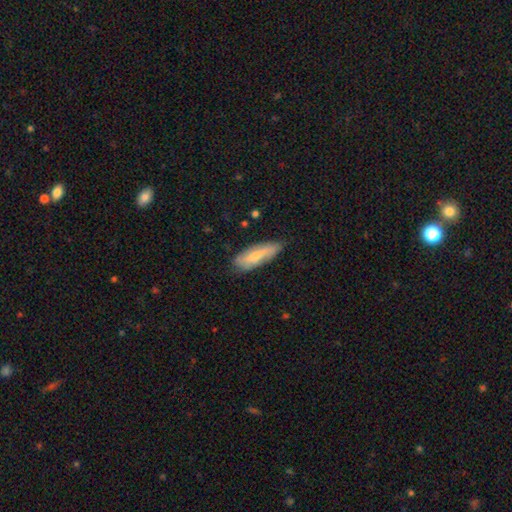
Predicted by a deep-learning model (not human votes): This is possibly a smooth galaxy (59%). How rounded: possibly in between (55%). Merging: likely none (71%).